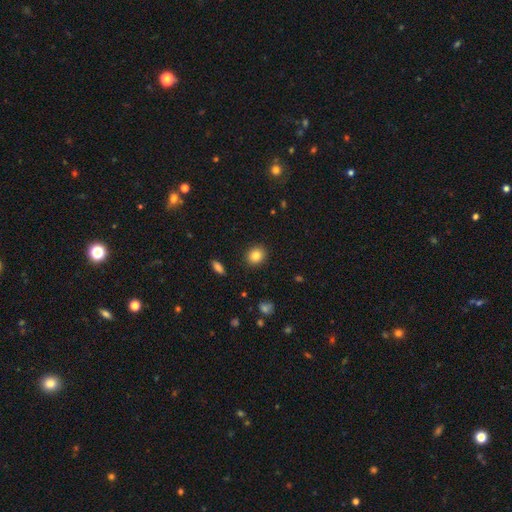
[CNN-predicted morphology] A smooth galaxy with no disk features (84%) that is round (67%).

Vote fractions:
- Smooth or featured? smooth: 84% / star or artifact: 10% / featured or disk: 7%
- How rounded? round: 67% / in between: 32% / cigar-shaped: 1%
- Merging? none: 90% / minor disturbance: 7% / major disturbance: 2% / merger: 1%